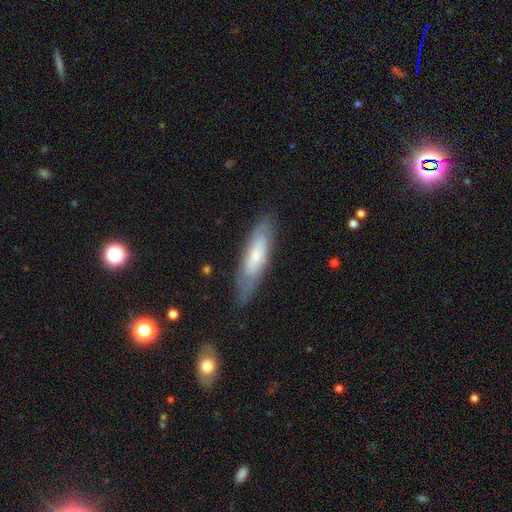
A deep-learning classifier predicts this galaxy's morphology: smooth-or-featured: featured or disk: 47% (tied) | smooth: 47% (tied) | star or artifact: 7%
  merging: none: 75% | minor disturbance: 18% | major disturbance: 5% | merger: 2%